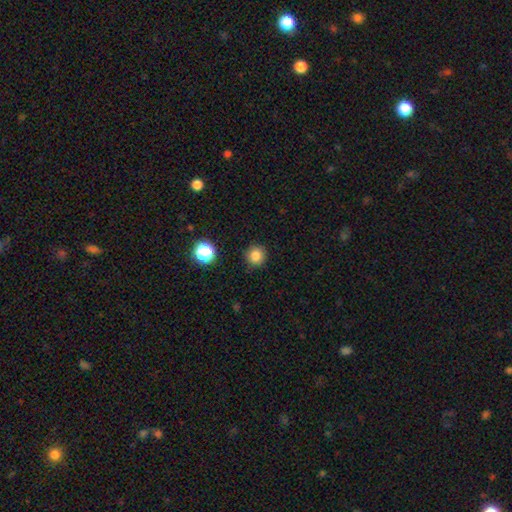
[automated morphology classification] Q: Smooth or featured?
A: smooth (82%); runner-up: star or artifact (13%)
Q: How rounded?
A: round (93%); runner-up: in between (6%)
Q: Merging?
A: none (90%); runner-up: minor disturbance (7%)